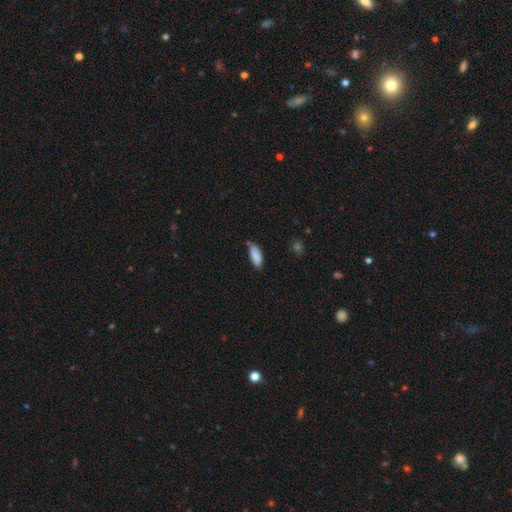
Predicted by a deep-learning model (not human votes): A smooth galaxy with no disk features (88%) that is in between round and cigar-shaped (77%).

Vote fractions:
- Smooth or featured? smooth: 88% / star or artifact: 7% / featured or disk: 5%
- How rounded? in between: 77% / cigar-shaped: 21% / round: 2%
- Merging? none: 73% / minor disturbance: 20% / merger: 5% / major disturbance: 3%